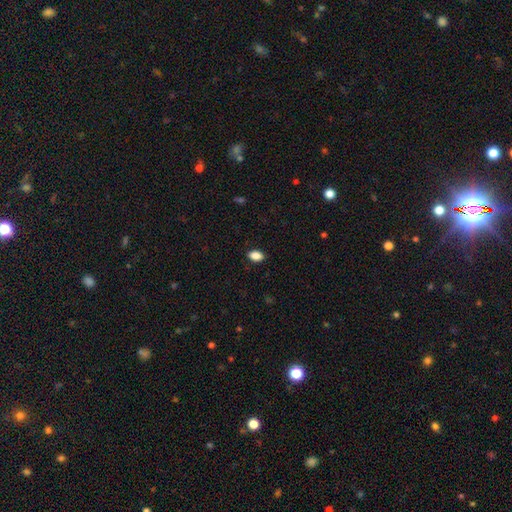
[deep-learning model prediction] smooth 88%, star or artifact 8%, featured or disk 4%. Down the decision tree: how rounded — in between (90%); merging — none (89%).